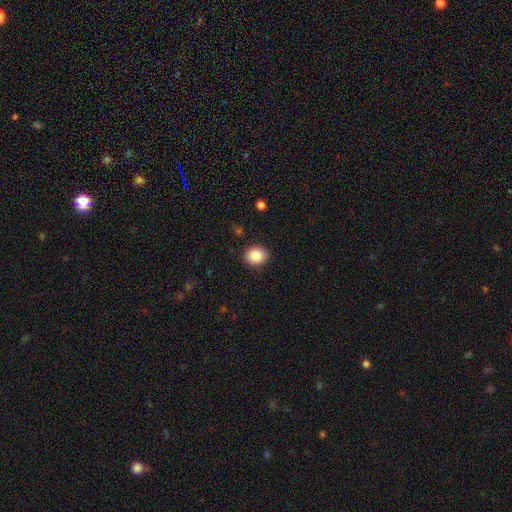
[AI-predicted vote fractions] Overall: smooth (87%). How rounded: round (70%). Merging: none (90%).